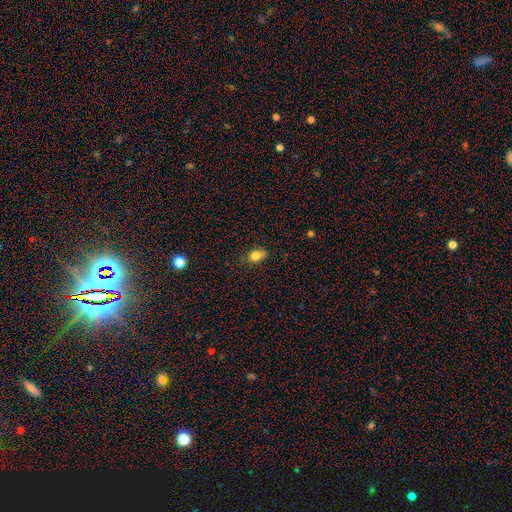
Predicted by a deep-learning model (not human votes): Morphology: type=smooth (80%); roundness=in between (71%); merging=none (68%).